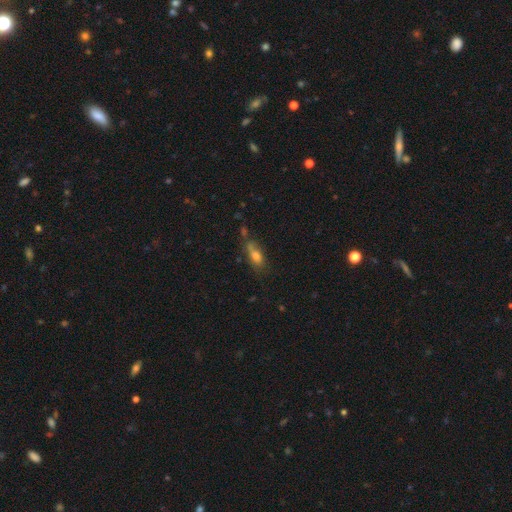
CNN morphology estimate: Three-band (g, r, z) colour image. It shows a smooth galaxy with no disk features (64%) that is in between round and cigar-shaped (70%). Merging: none (46%).